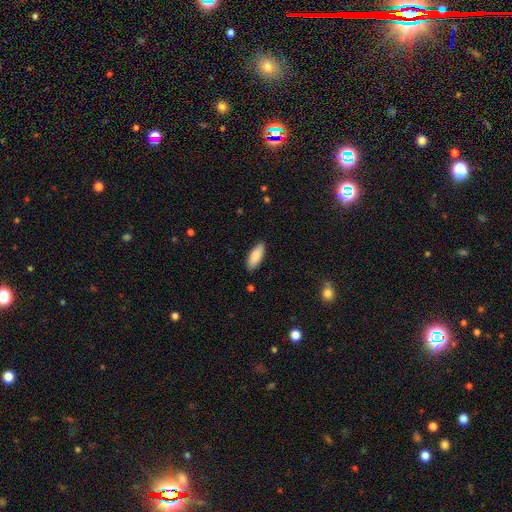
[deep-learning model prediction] smooth_or_featured: smooth (p=0.87) [alt: featured or disk p=0.08]
how_rounded: in between (p=0.80) [alt: cigar-shaped p=0.18]
merging: none (p=0.87) [alt: minor disturbance p=0.10]